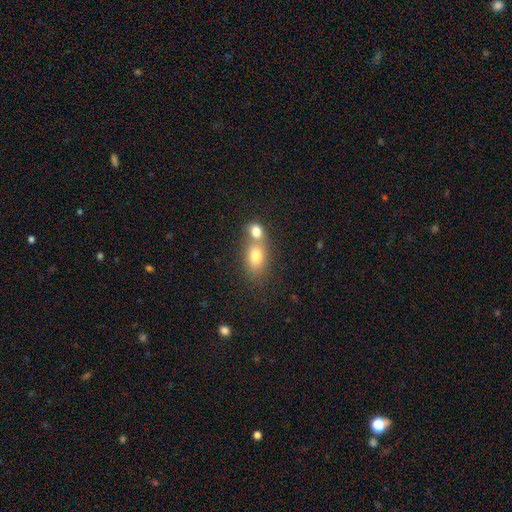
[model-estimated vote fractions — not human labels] Smooth or featured?
  - smooth: 76% *
  - featured or disk: 14%
  - star or artifact: 10%
How rounded?
  - in between: 68% *
  - round: 30%
  - cigar-shaped: 2%
Merging?
  - merger: 58% *
  - none: 31%
  - minor disturbance: 8%
  - major disturbance: 3%